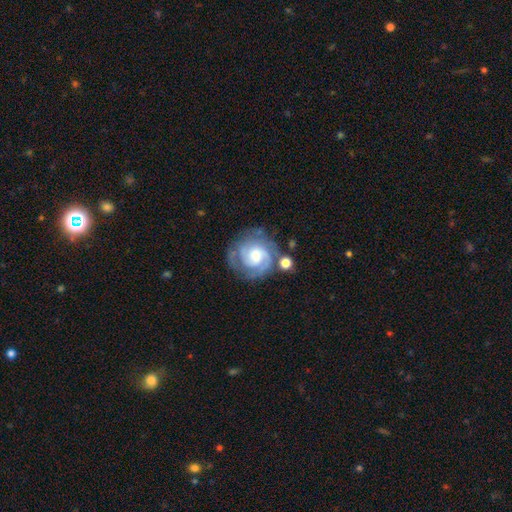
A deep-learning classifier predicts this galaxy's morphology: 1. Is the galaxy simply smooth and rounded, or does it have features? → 81% featured or disk, 13% smooth, 6% star or artifact.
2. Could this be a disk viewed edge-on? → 98% no, 2% yes.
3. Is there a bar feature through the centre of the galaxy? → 57% no, 36% weak, 7% strong.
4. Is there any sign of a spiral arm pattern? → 95% yes, 5% no.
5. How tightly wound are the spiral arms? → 60% tight, 33% medium, 7% loose.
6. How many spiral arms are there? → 49% 2, 20% 3, 19% can't tell, 6% 1, 4% 4, 3% more than 4.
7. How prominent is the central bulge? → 55% moderate, 29% small, 12% large, 3% none, 2% dominant.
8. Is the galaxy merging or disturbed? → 68% none, 17% minor disturbance, 8% major disturbance, 7% merger.